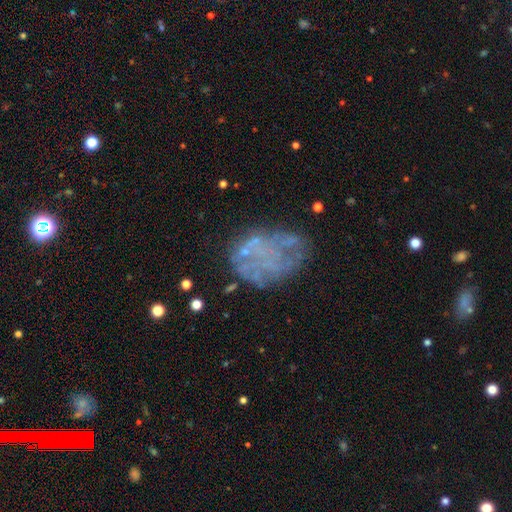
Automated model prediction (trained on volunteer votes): The model was most divided on "merging": none: 50%, major disturbance: 24%, minor disturbance: 20%, merger: 6%. More confident: edge-on disk — no (98%); bar — no (93%); spiral arms — no (90%); bulge size — none (84%); smooth or featured — featured or disk (58%).